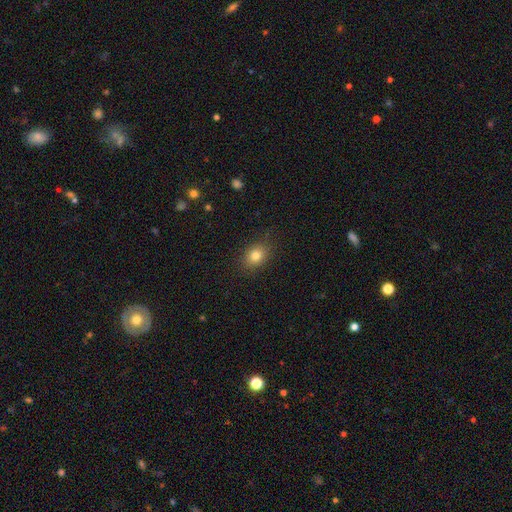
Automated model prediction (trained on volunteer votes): Q: Smooth or featured?
A: smooth (80%); runner-up: star or artifact (12%)
Q: How rounded?
A: in between (55%); runner-up: round (44%)
Q: Merging?
A: none (85%); runner-up: minor disturbance (11%)